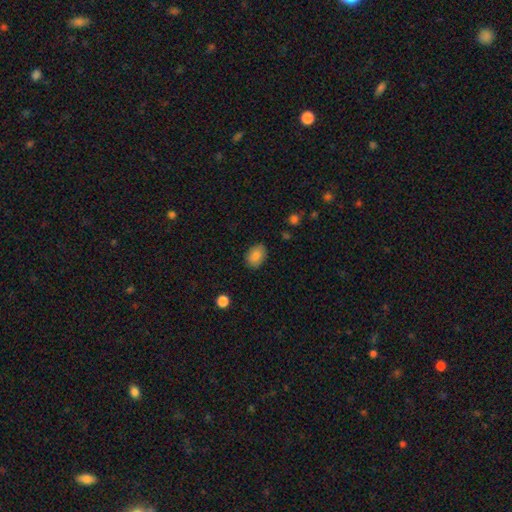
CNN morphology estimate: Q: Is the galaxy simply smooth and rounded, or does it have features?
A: smooth — 84%.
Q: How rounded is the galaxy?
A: in between — 70%.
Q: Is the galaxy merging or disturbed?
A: none — 84%.